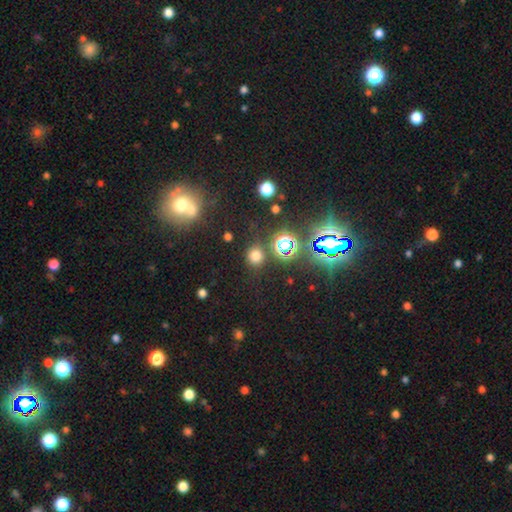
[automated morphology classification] type=smooth (67%); roundness=round (87%); merging=none (84%).